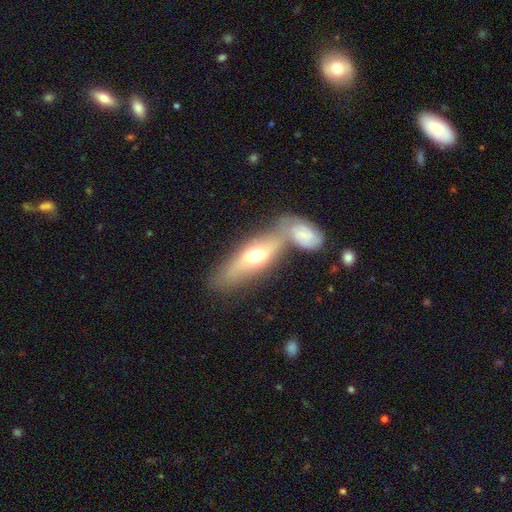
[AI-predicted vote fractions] Overall: featured or disk (49%; smooth 46%). Merging: merger (43%; none 40%).